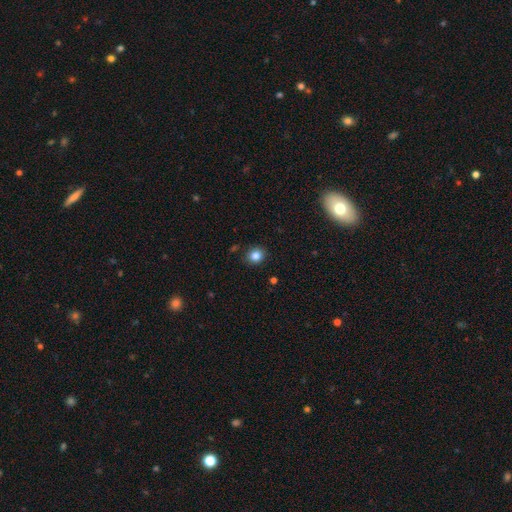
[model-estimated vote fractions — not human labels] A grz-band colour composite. It shows a smooth galaxy with no disk features (84%) that is round (75%). Merging: none (88%).